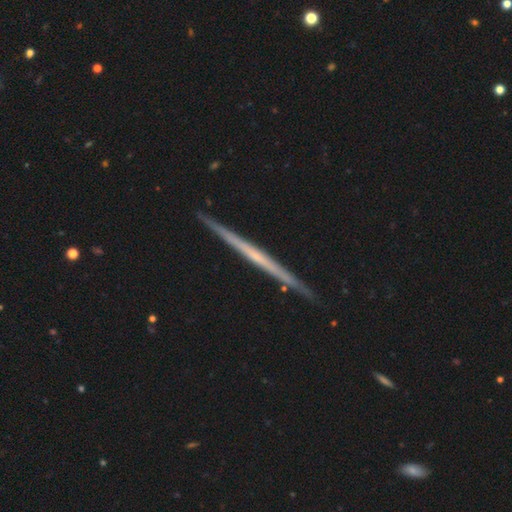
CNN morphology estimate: This appears to be a featured or disk galaxy (72%) viewed edge-on (98%) with no central bulge (85%). Merging: none (90%).